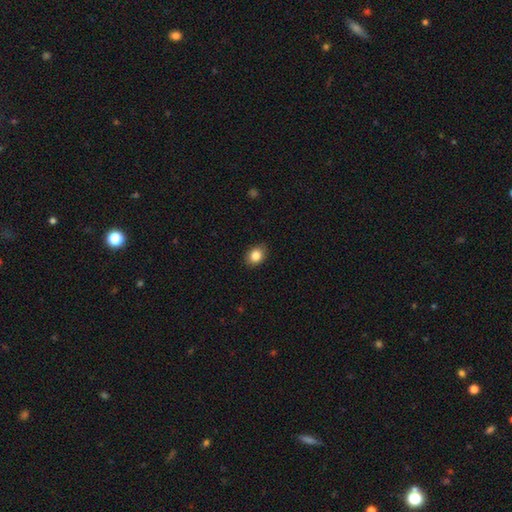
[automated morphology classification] A smooth galaxy with no disk features (85%) that is in between round and cigar-shaped (63%).

Vote fractions:
- Smooth or featured? smooth: 85% / star or artifact: 9% / featured or disk: 6%
- How rounded? in between: 63% / round: 36% / cigar-shaped: 1%
- Merging? none: 88% / minor disturbance: 9% / major disturbance: 2% / merger: 1%